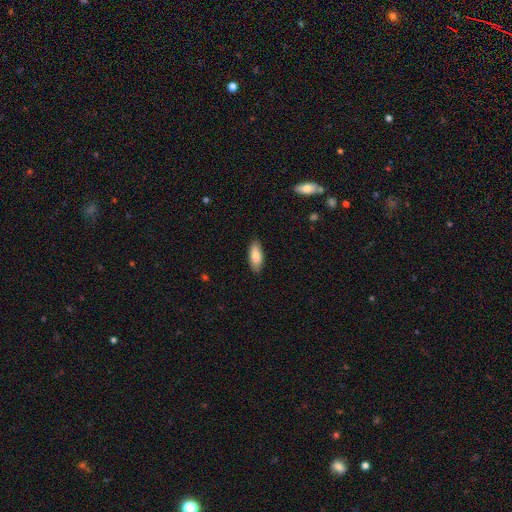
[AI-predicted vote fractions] Q: Smooth or featured?
A: smooth (84%); runner-up: featured or disk (10%)
Q: How rounded?
A: in between (79%); runner-up: cigar-shaped (19%)
Q: Merging?
A: none (86%); runner-up: minor disturbance (11%)